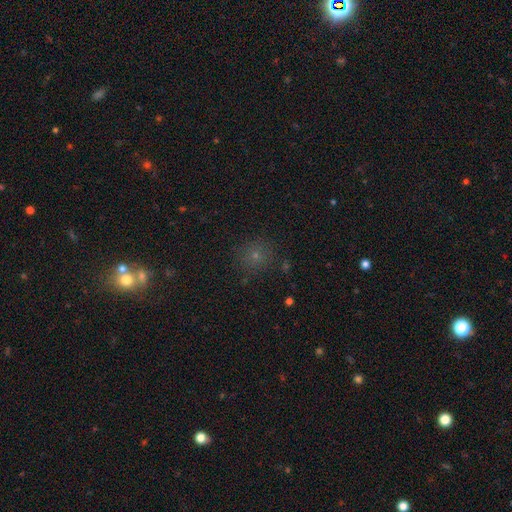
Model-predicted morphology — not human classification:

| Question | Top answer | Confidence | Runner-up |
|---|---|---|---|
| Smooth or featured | smooth | 64% | star or artifact (27%) |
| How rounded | round | 90% | in between (9%) |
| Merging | none | 86% | minor disturbance (9%) |